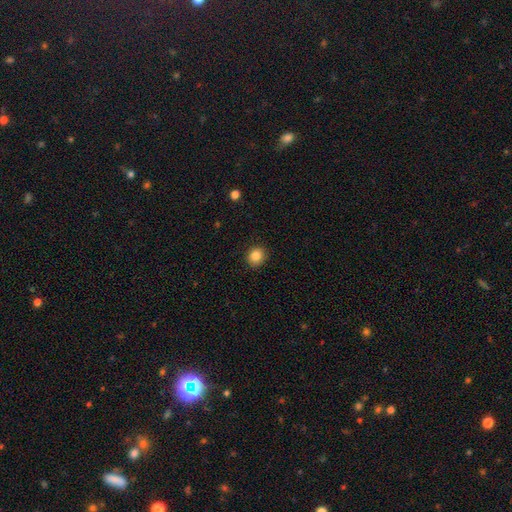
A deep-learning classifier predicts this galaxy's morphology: This appears to be a smooth galaxy with no disk features (86%) that is round (79%). Merging: none (89%).